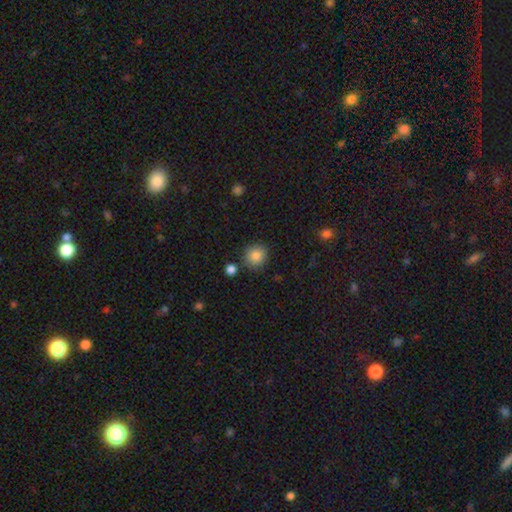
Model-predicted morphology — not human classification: smooth-or-featured: smooth: 85% | star or artifact: 10% | featured or disk: 6%
  how-rounded: round: 88% | in between: 11% | cigar-shaped: 1%
  merging: none: 85% | minor disturbance: 8% | merger: 4% | major disturbance: 2%